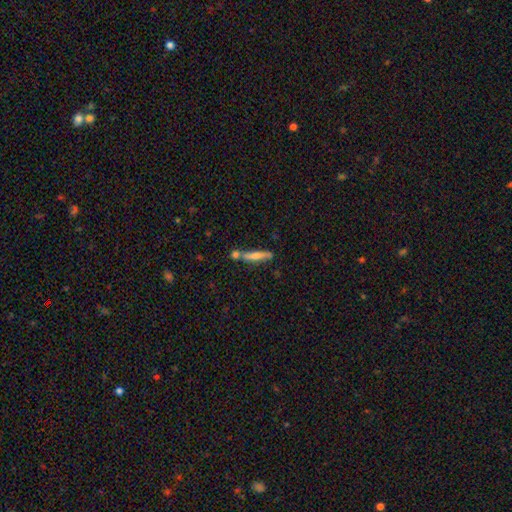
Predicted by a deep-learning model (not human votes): Q: Smooth or featured?
A: smooth (50%); runner-up: featured or disk (42%)
Q: How rounded?
A: cigar-shaped (89%); runner-up: in between (9%)
Q: Merging?
A: none (66%); runner-up: merger (17%)